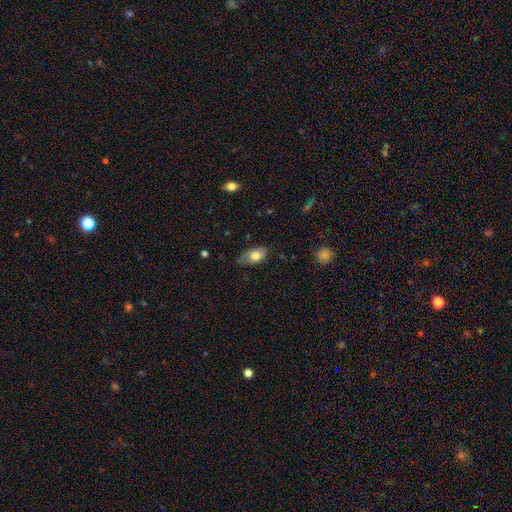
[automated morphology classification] This appears to be a smooth galaxy with no disk features (76%) that is in between round and cigar-shaped (89%). Merging: none (64%).